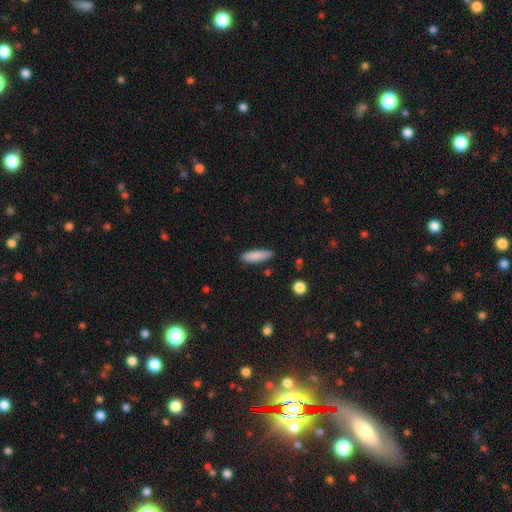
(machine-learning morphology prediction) A smooth galaxy with no disk features (86%) that is cigar-shaped (66%). Merging: none (83%).